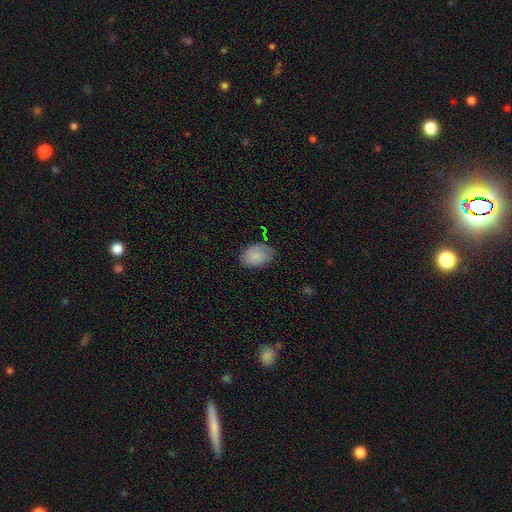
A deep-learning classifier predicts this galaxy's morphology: Q: Smooth or featured?
A: smooth (85%); runner-up: featured or disk (8%)
Q: How rounded?
A: in between (83%); runner-up: round (16%)
Q: Merging?
A: none (71%); runner-up: minor disturbance (22%)